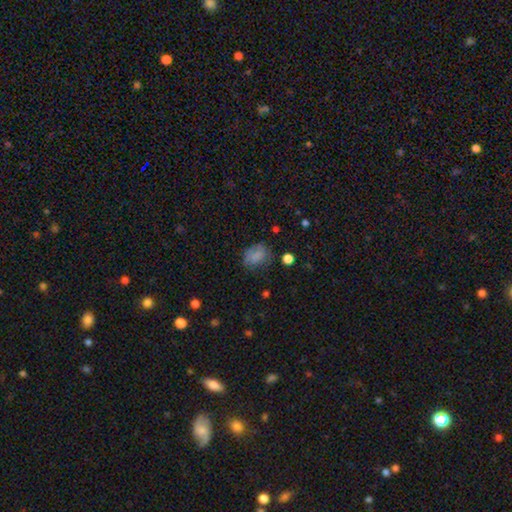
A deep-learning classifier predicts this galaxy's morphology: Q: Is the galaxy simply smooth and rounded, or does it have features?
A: smooth — 75%.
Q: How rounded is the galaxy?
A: in between — 69%.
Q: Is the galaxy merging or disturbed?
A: none — 59%.